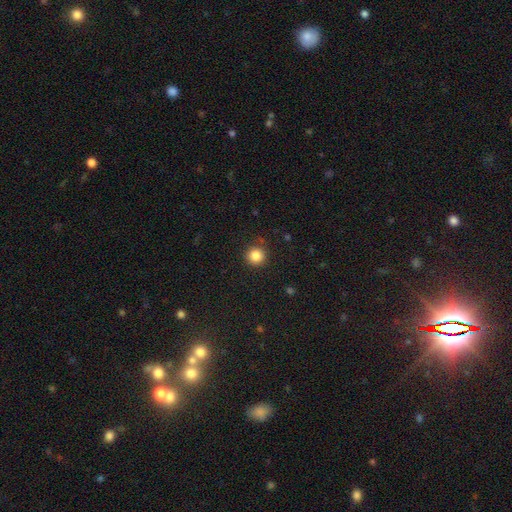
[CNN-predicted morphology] Q: Smooth or featured?
A: smooth (85%); runner-up: star or artifact (11%)
Q: How rounded?
A: round (95%); runner-up: in between (4%)
Q: Merging?
A: none (89%); runner-up: minor disturbance (7%)